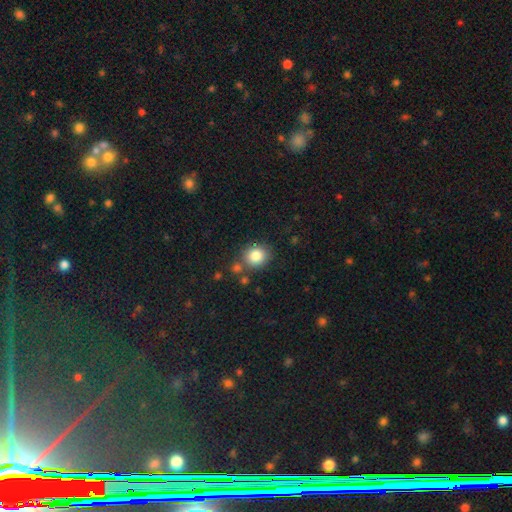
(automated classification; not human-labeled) A smooth galaxy with no disk features (83%) that is round (76%). Merging: none (75%).